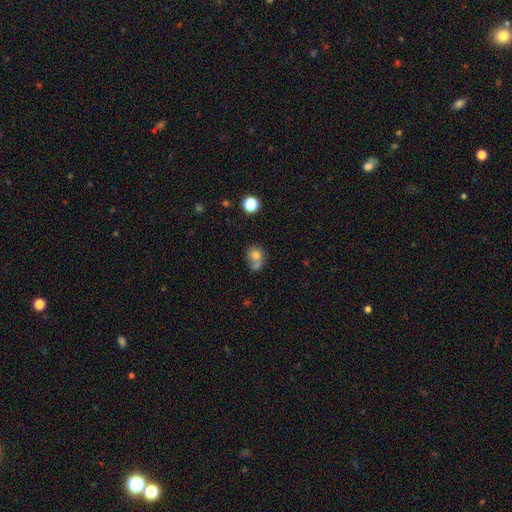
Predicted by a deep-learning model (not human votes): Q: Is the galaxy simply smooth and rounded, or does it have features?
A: smooth — 70%.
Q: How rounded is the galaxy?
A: round — 59%.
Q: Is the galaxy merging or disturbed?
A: merger — 41%.